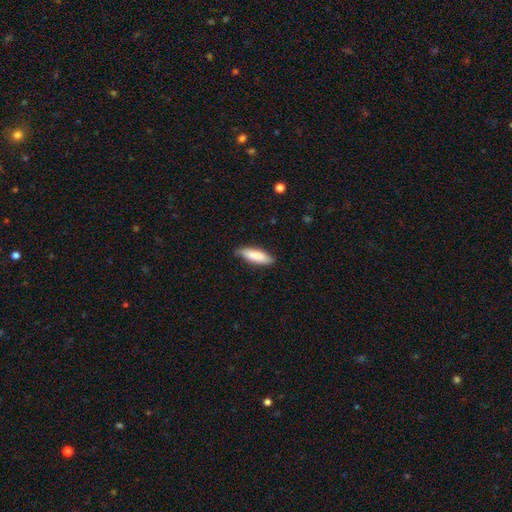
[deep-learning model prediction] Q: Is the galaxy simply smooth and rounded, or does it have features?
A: smooth — 83%.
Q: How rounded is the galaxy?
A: cigar-shaped — 52%.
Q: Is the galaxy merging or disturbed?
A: none — 80%.